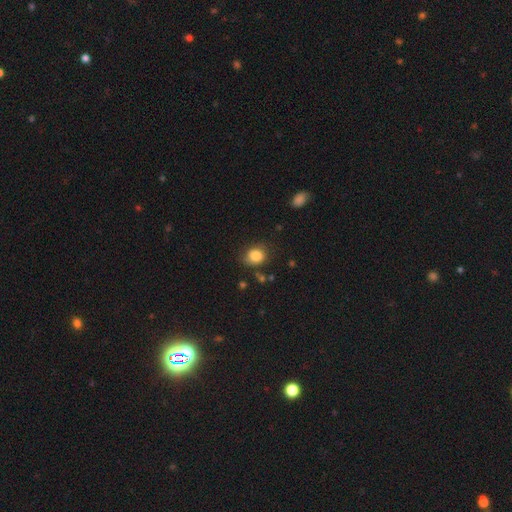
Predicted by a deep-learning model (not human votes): smooth 84%, star or artifact 10%, featured or disk 6%. Down the decision tree: how rounded — round (62%); merging — none (75%).